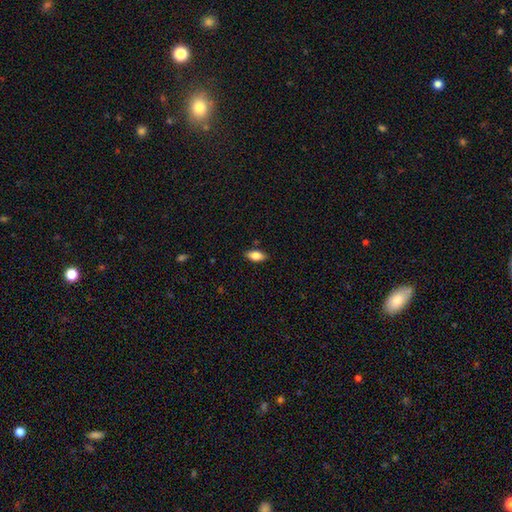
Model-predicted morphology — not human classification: smooth-or-featured: smooth: 79% | featured or disk: 14% | star or artifact: 7%
  how-rounded: in between: 88% | cigar-shaped: 9% | round: 3%
  merging: none: 86% | minor disturbance: 10% | major disturbance: 2% | merger: 1%